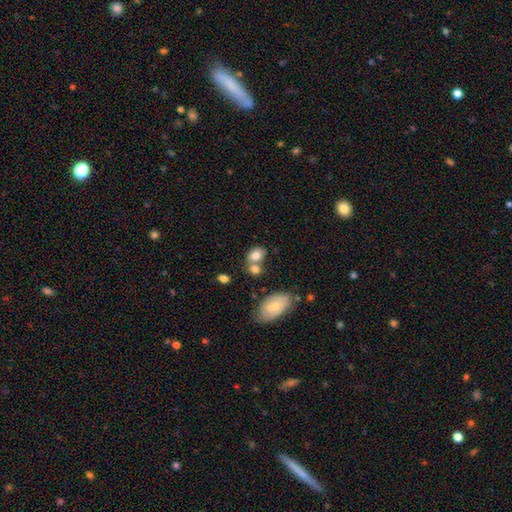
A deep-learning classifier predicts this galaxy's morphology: smooth-or-featured: smooth: 78% | featured or disk: 13% | star or artifact: 9%
  how-rounded: in between: 62% | round: 36% | cigar-shaped: 1%
  merging: none: 41% (tied) | merger: 41% (tied) | minor disturbance: 13% | major disturbance: 5%